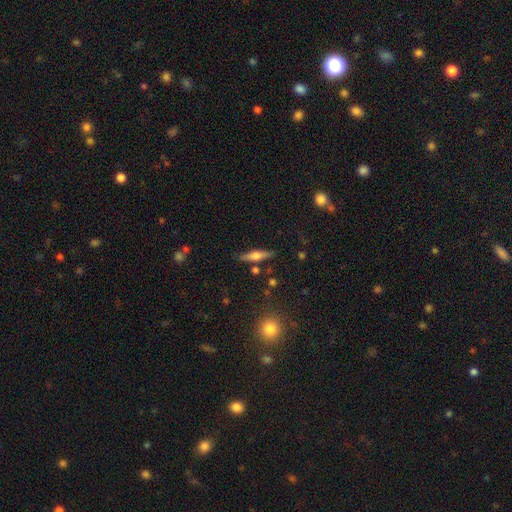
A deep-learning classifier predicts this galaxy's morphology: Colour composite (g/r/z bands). It shows a featured or disk galaxy (52%) viewed edge-on (94%). Merging: none (83%).